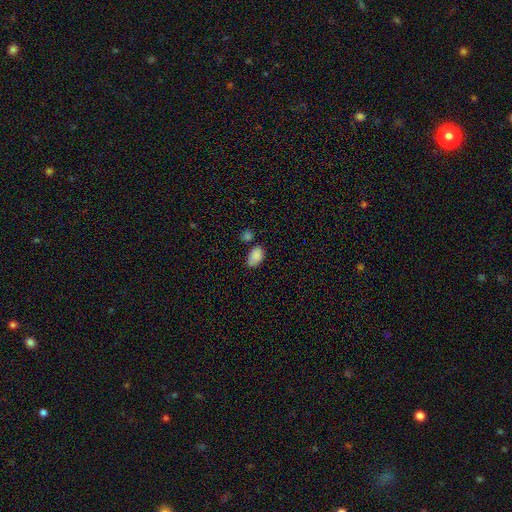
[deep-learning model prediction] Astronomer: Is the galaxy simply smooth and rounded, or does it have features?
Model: smooth — 86%.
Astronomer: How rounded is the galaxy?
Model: in between — 88%.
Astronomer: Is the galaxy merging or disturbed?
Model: none — 55%.